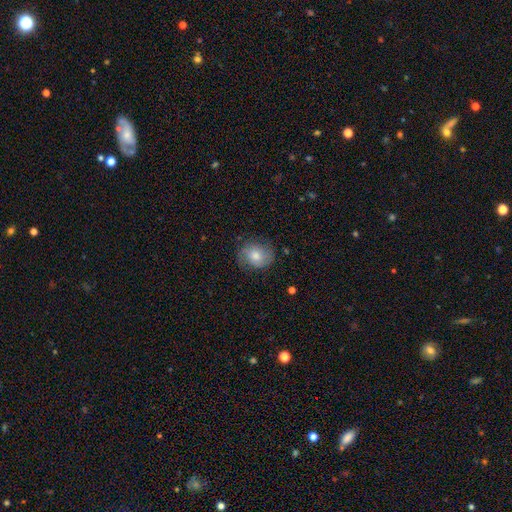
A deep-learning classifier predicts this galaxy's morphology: This appears to be a smooth galaxy with no disk features (62%) that is round (64%). Merging: none (72%).